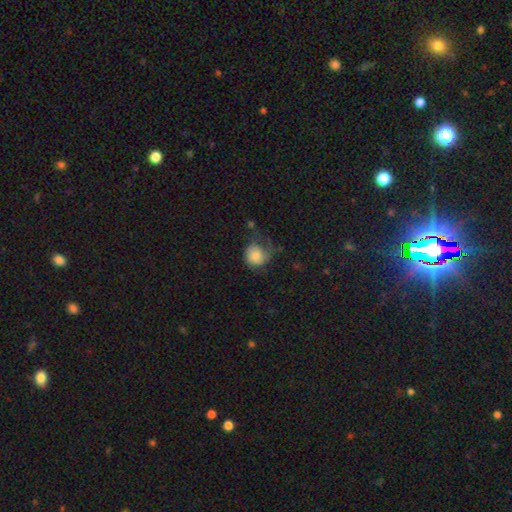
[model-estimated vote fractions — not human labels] Smooth or featured? Predicted: smooth (p=0.70). How rounded? Predicted: round (p=0.76). Merging? Predicted: major disturbance (p=0.36).